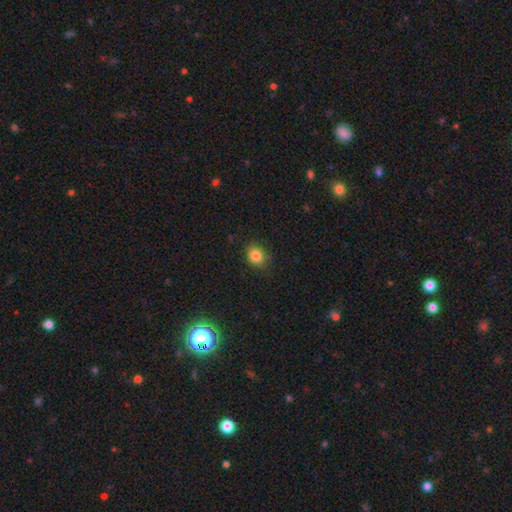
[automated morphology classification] smooth_or_featured: smooth (p=0.83) [alt: star or artifact p=0.11]
how_rounded: round (p=0.66) [alt: in between p=0.33]
merging: none (p=0.81) [alt: minor disturbance p=0.15]